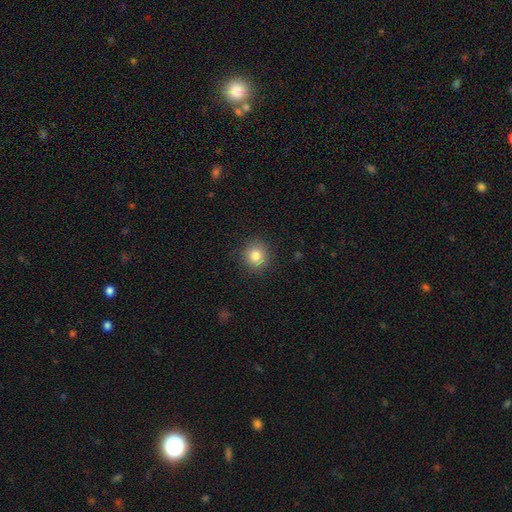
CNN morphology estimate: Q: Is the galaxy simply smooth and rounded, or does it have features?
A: smooth — 83%.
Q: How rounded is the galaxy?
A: round — 88%.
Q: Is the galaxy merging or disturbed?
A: none — 89%.